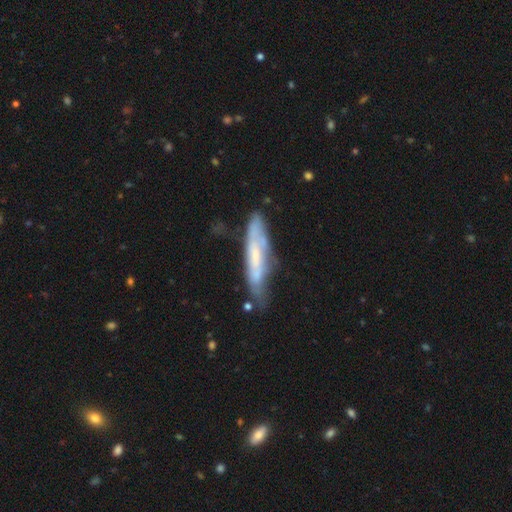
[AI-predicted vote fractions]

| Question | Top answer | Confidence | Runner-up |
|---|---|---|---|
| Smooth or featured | featured or disk | 56% | smooth (36%) |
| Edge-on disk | yes | 58% | no (42%) |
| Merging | none | 61% | minor disturbance (26%) |